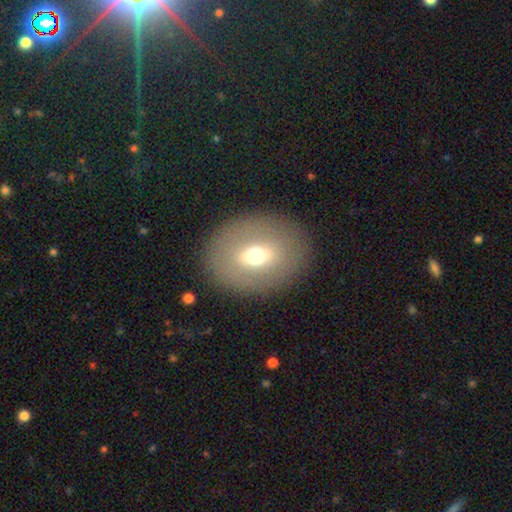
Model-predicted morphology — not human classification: This is possibly a smooth galaxy (53%). How rounded: possibly in between (51%). Merging: clearly none (84%).